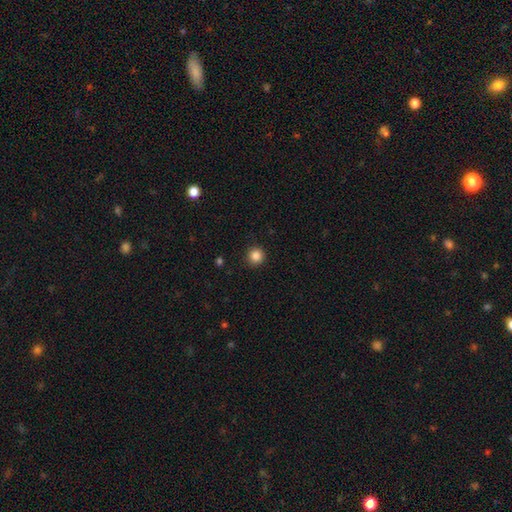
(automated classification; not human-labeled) A smooth galaxy with no disk features (86%) that is round (95%).

Vote fractions:
- Smooth or featured? smooth: 86% / star or artifact: 11% / featured or disk: 3%
- How rounded? round: 95% / in between: 4% / cigar-shaped: 1%
- Merging? none: 91% / minor disturbance: 6% / major disturbance: 2% / merger: 1%